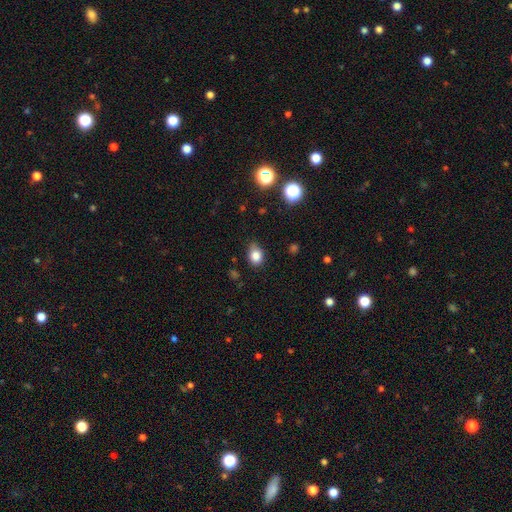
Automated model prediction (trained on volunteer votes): This appears to be a smooth galaxy with no disk features (83%) that is in between round and cigar-shaped (56%). Merging: none (70%).